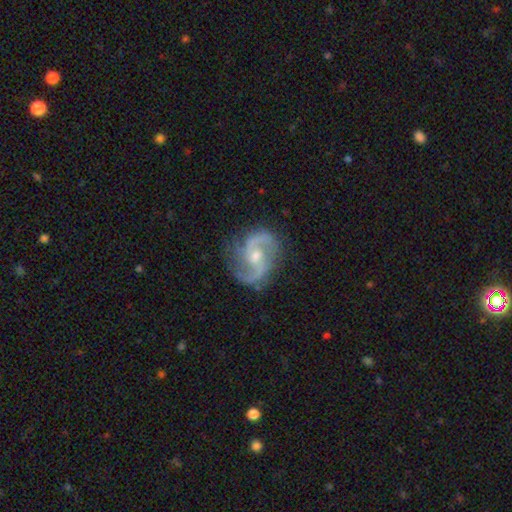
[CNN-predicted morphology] type=featured or disk (91%); edge-on=no (98%); bar=no (48%); spiral arms=yes (98%); winding=medium (55%); arm count=2 (92%); bulge=moderate (52%); merging=none (78%).